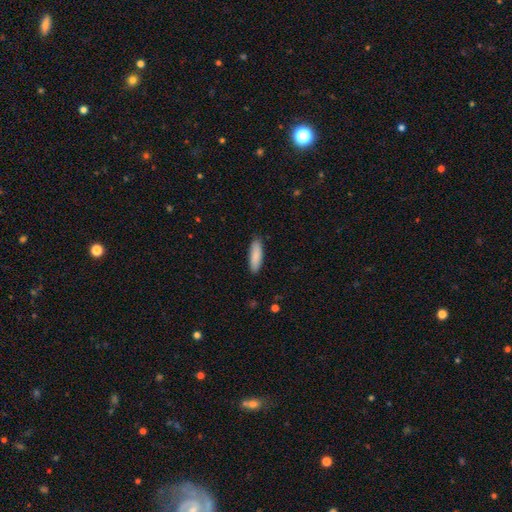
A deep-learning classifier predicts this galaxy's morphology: This is clearly a smooth galaxy (86%). How rounded: possibly cigar-shaped (57%). Merging: clearly none (89%).